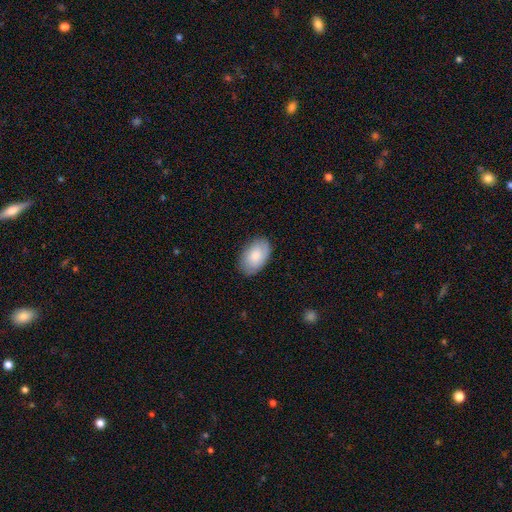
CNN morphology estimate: smooth 79%, featured or disk 15%, star or artifact 6%. Down the decision tree: how rounded — in between (93%); merging — none (84%).